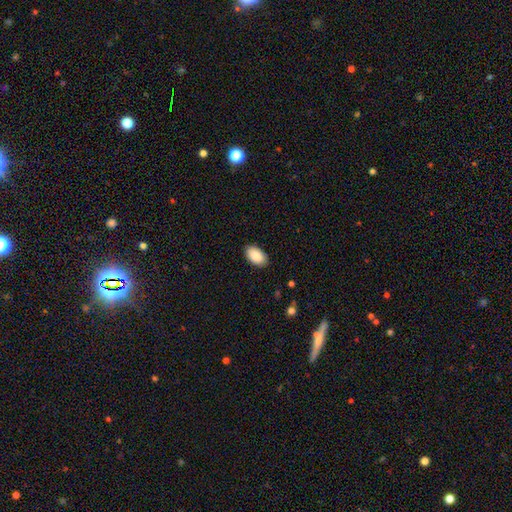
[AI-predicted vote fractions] This appears to be a smooth galaxy with no disk features (90%) that is in between round and cigar-shaped (94%). Merging: none (87%).